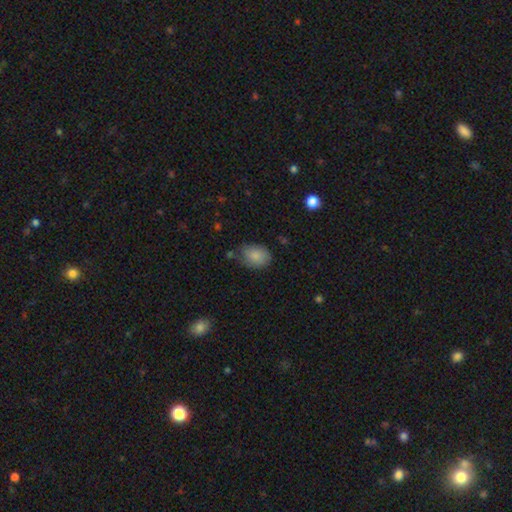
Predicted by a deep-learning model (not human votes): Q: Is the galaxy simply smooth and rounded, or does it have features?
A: smooth — 86%.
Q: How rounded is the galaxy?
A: in between — 74%.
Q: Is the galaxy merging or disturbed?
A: none — 66%.